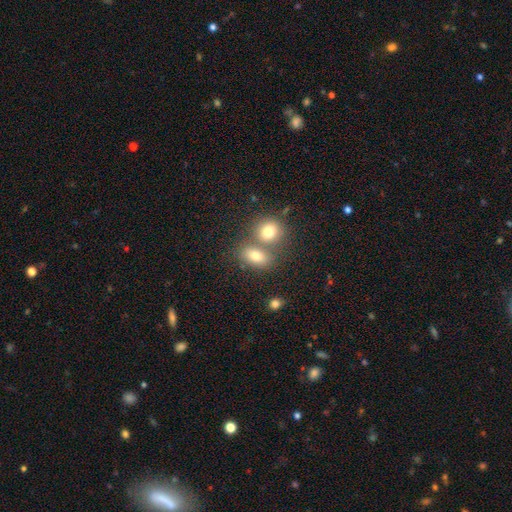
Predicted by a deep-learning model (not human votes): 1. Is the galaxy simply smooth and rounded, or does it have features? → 77% smooth, 12% featured or disk, 11% star or artifact.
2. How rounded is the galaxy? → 69% in between, 28% round, 3% cigar-shaped.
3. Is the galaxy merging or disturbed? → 46% none, 41% merger, 9% minor disturbance, 4% major disturbance.